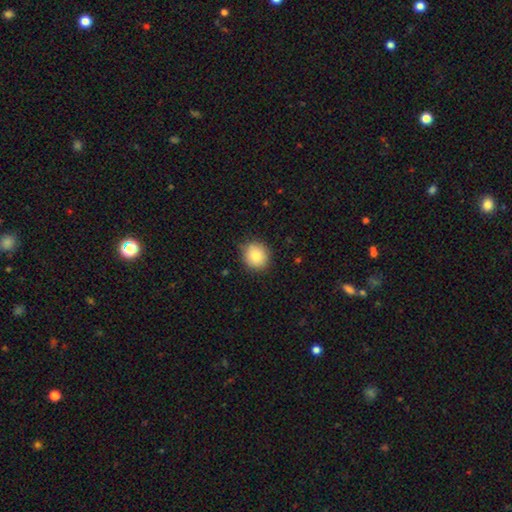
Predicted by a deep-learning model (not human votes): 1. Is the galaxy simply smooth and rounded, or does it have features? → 85% smooth, 9% star or artifact, 7% featured or disk.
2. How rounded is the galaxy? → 84% round, 15% in between, 1% cigar-shaped.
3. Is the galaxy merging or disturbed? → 87% none, 10% minor disturbance, 2% major disturbance, 1% merger.